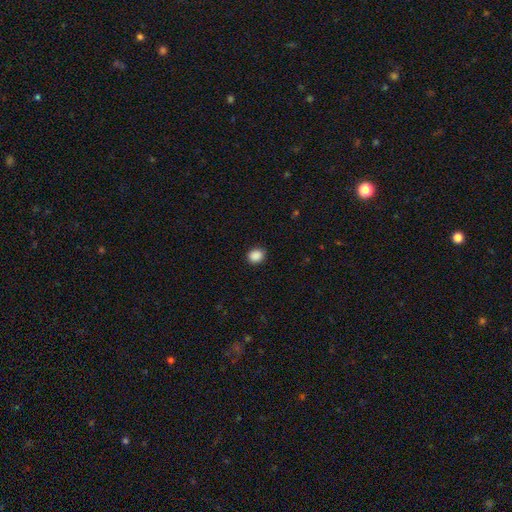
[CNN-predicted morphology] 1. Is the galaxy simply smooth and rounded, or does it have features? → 89% smooth, 9% star or artifact, 2% featured or disk.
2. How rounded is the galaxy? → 70% round, 29% in between, 1% cigar-shaped.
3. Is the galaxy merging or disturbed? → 89% none, 7% minor disturbance, 2% major disturbance, 1% merger.